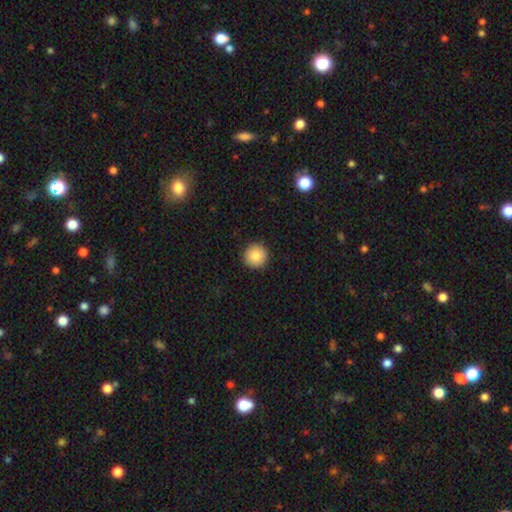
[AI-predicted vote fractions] This appears to be a smooth galaxy with no disk features (86%) that is round (96%). Merging: none (93%).